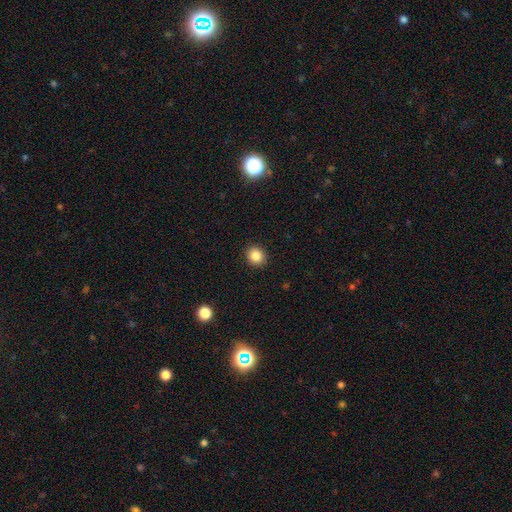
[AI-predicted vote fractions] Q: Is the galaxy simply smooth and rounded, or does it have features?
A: smooth — 85%.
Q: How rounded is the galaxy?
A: round — 77%.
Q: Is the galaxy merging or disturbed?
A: none — 91%.